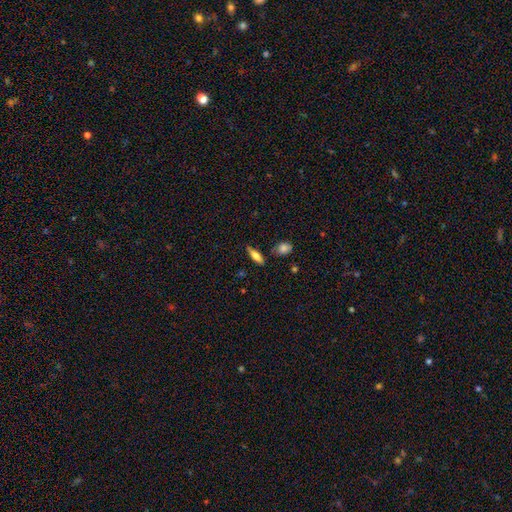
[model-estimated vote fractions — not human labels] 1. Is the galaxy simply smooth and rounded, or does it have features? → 63% smooth, 29% featured or disk, 7% star or artifact.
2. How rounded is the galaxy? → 52% in between, 45% cigar-shaped, 3% round.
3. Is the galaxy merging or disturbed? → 80% none, 12% minor disturbance, 4% merger, 3% major disturbance.